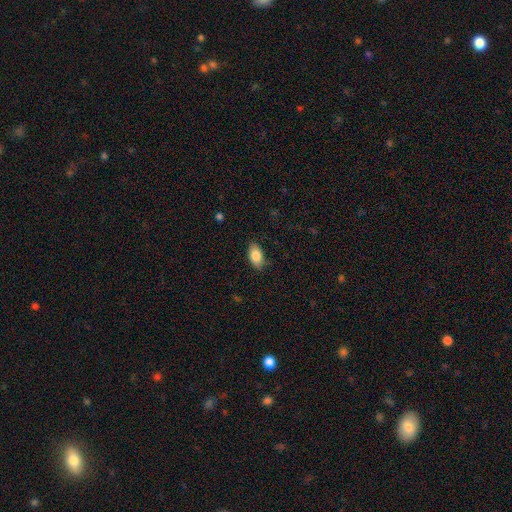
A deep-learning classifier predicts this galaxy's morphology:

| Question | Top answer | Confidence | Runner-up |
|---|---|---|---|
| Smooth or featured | smooth | 84% | featured or disk (9%) |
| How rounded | in between | 91% | round (6%) |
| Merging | none | 81% | minor disturbance (15%) |